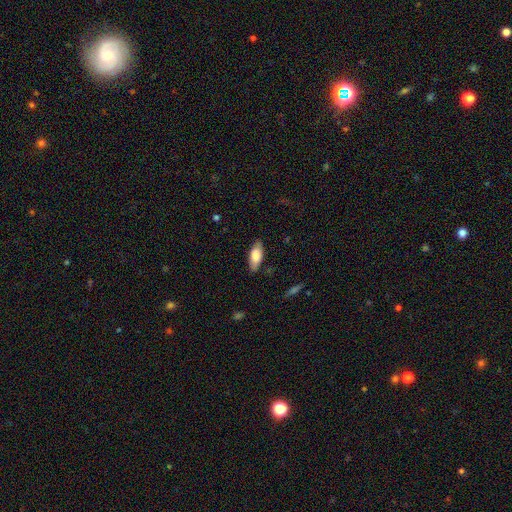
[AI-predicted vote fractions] This is likely a smooth galaxy (79%). How rounded: likely in between (79%). Merging: clearly none (83%).